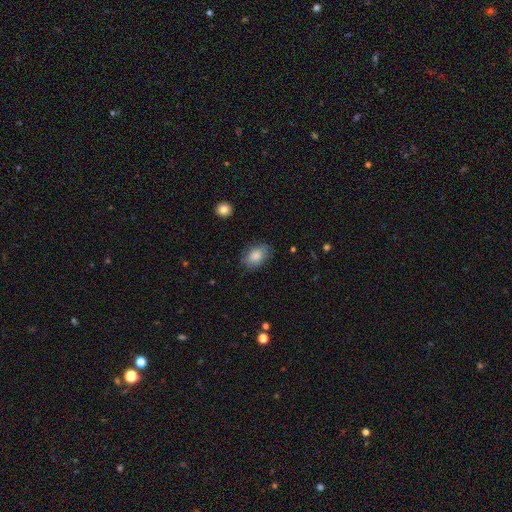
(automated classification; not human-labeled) smooth-or-featured: smooth: 84% | featured or disk: 9% | star or artifact: 7%
  how-rounded: in between: 87% | round: 12% | cigar-shaped: 1%
  merging: none: 79% | minor disturbance: 16% | major disturbance: 4% | merger: 1%